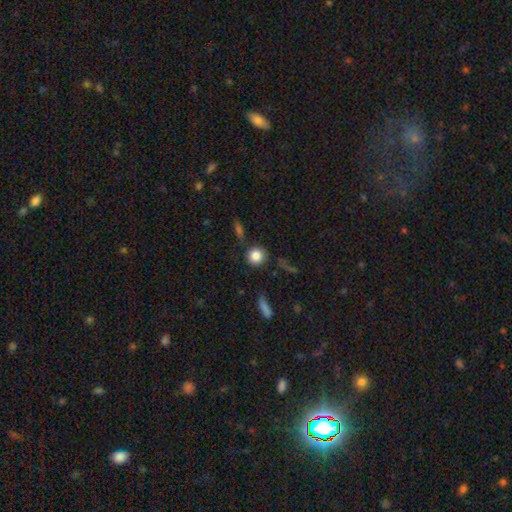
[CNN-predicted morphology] This is clearly a smooth galaxy (84%). How rounded: clearly round (90%). Merging: clearly none (82%).